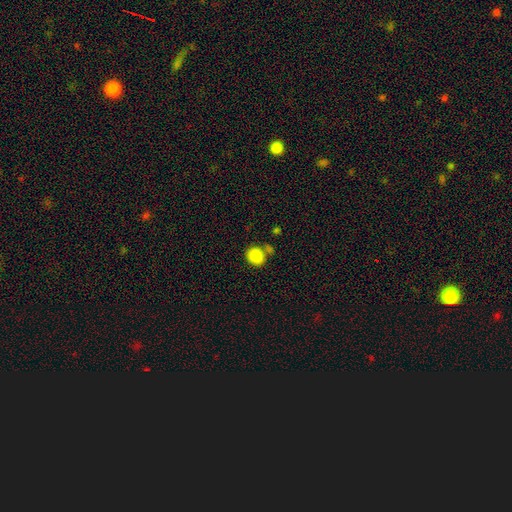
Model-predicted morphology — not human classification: A smooth galaxy with no disk features (87%) that is round (68%). Merging: none (65%).